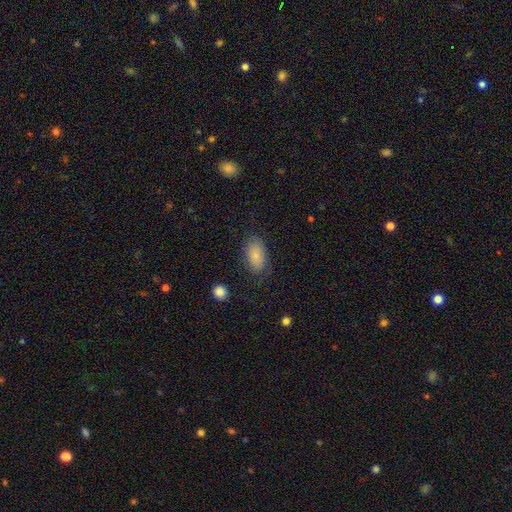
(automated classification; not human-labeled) smooth-or-featured: smooth: 82% | featured or disk: 11% | star or artifact: 8%
  how-rounded: in between: 92% | round: 6% | cigar-shaped: 2%
  merging: none: 72% | minor disturbance: 19% | major disturbance: 7% | merger: 2%